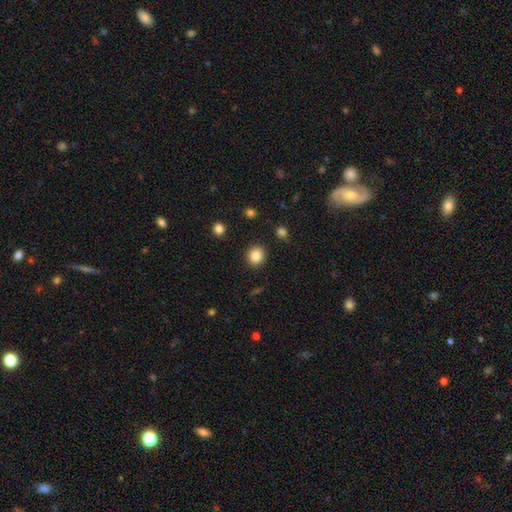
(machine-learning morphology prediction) Smooth or featured: smooth — 85% (star or artifact — 10%)
How rounded: round — 87% (in between — 12%)
Merging: none — 90% (minor disturbance — 6%)